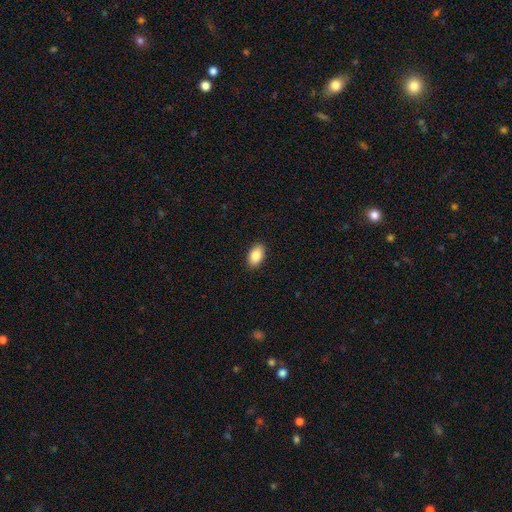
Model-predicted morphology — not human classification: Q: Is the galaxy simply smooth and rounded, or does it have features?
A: smooth — 86%.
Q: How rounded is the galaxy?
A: in between — 92%.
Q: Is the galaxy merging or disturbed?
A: none — 90%.